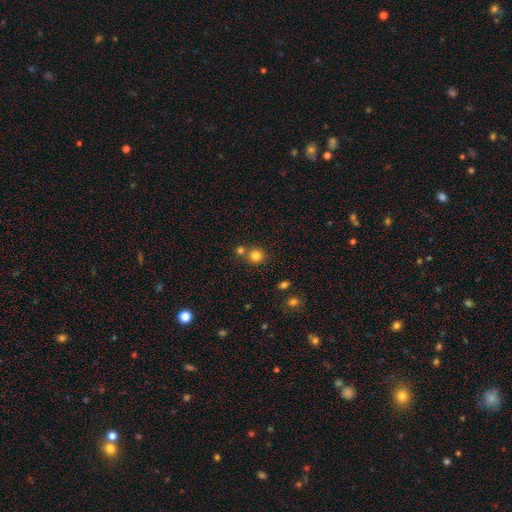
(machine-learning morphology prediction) Overall: smooth (81%). How rounded: round (88%). Merging: none (64%; merger 26%).